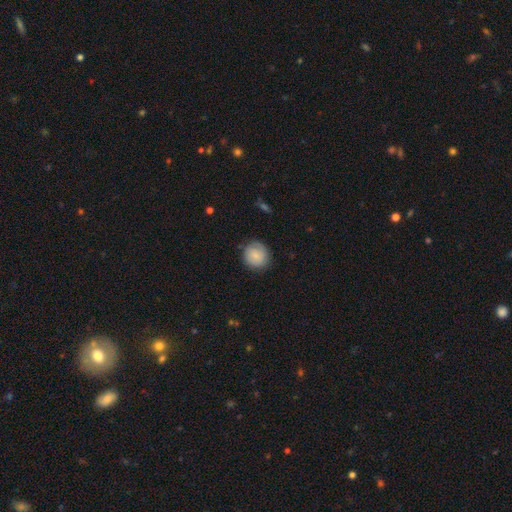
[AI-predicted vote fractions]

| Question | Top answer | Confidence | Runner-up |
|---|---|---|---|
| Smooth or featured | smooth | 80% | featured or disk (13%) |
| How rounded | round | 88% | in between (11%) |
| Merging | none | 81% | minor disturbance (14%) |